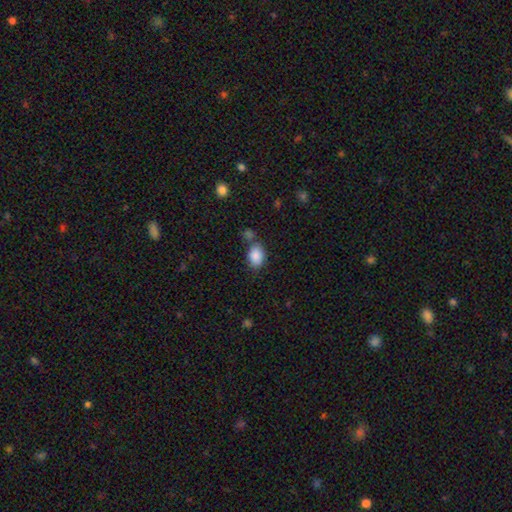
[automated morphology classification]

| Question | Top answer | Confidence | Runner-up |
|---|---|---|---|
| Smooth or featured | smooth | 88% | star or artifact (8%) |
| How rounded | in between | 82% | round (16%) |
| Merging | none | 66% | minor disturbance (16%) |